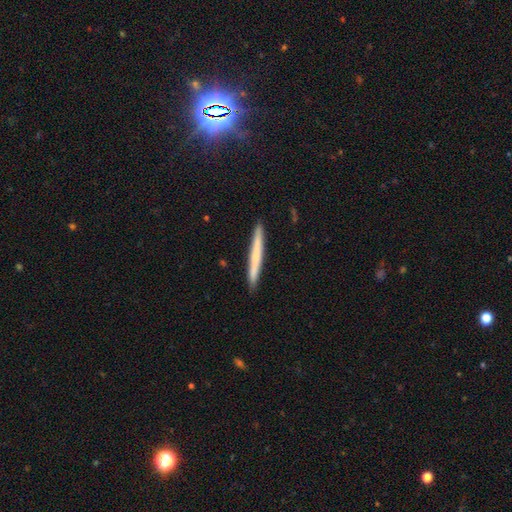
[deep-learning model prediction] Morphology: type=smooth (59%); roundness=cigar-shaped (97%); merging=none (91%).